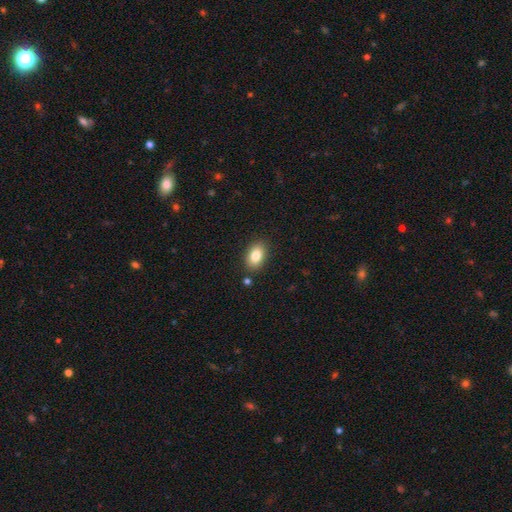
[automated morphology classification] A smooth galaxy with no disk features (83%) that is in between round and cigar-shaped (88%).

Vote fractions:
- Smooth or featured? smooth: 83% / featured or disk: 9% / star or artifact: 8%
- How rounded? in between: 88% / round: 11% / cigar-shaped: 1%
- Merging? none: 86% / minor disturbance: 9% / merger: 2% / major disturbance: 2%